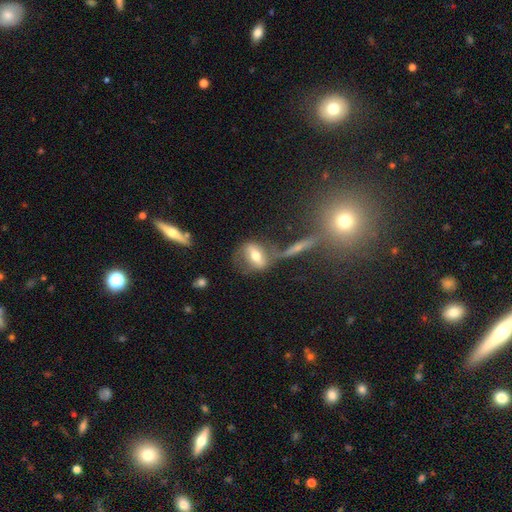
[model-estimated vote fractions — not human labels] Morphology: type=featured or disk (47%); merging=none (43%).